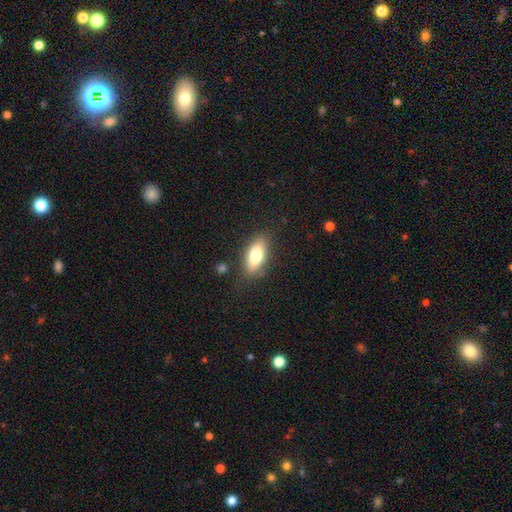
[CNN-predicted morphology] Q: Smooth or featured?
A: smooth (71%); runner-up: featured or disk (22%)
Q: How rounded?
A: in between (80%); runner-up: cigar-shaped (16%)
Q: Merging?
A: none (82%); runner-up: minor disturbance (13%)